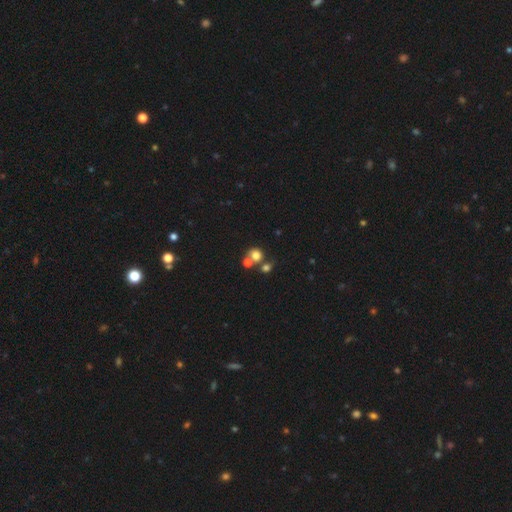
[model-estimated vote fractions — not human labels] Morphology: type=smooth (73%); roundness=round (82%); merging=none (48%).